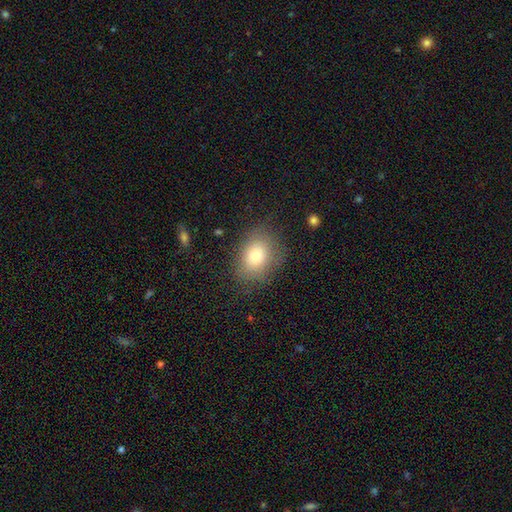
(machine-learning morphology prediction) The model was most divided on "how rounded": in between: 70%, round: 29%, cigar-shaped: 1%. More confident: smooth or featured — smooth (79%); merging — none (77%).